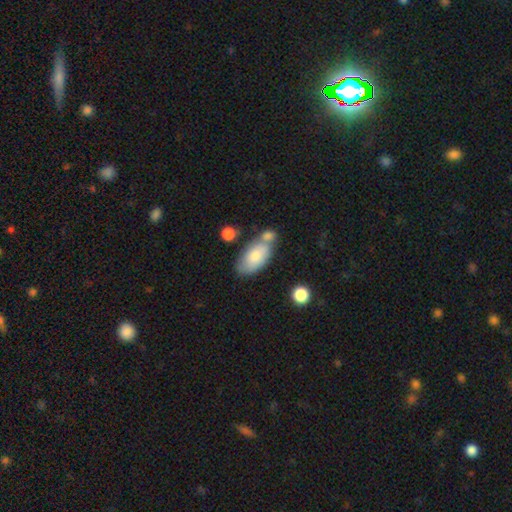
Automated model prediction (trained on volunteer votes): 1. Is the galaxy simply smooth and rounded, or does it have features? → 76% smooth, 18% featured or disk, 6% star or artifact.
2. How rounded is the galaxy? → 93% in between, 4% cigar-shaped, 3% round.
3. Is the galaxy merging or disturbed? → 48% none, 30% merger, 17% minor disturbance, 5% major disturbance.